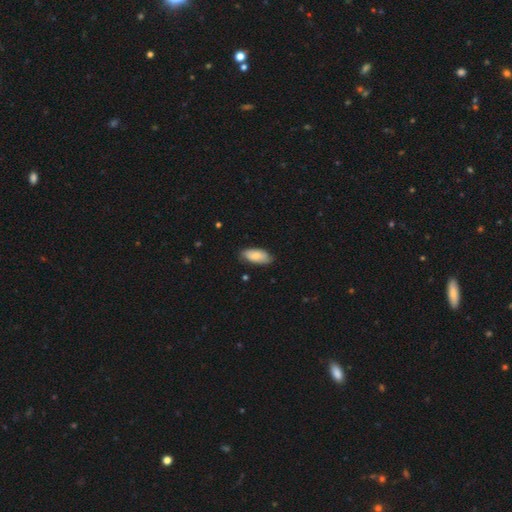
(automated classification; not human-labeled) Q: Smooth or featured?
A: smooth (77%); runner-up: featured or disk (17%)
Q: How rounded?
A: in between (89%); runner-up: cigar-shaped (9%)
Q: Merging?
A: none (77%); runner-up: minor disturbance (19%)